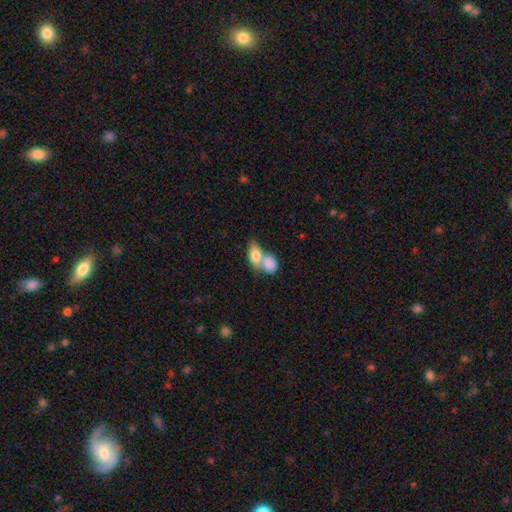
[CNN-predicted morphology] Smooth or featured? smooth (78%)
How rounded? in between (77%)
Merging? merger (70%)